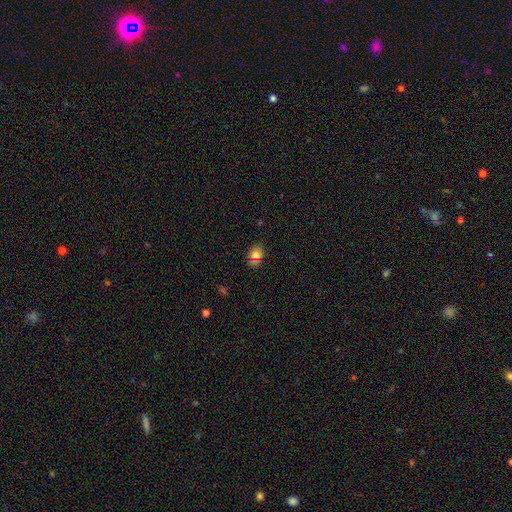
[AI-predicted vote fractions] Smooth or featured: smooth — 72% (star or artifact — 19%)
How rounded: in between — 75% (round — 23%)
Merging: none — 83% (minor disturbance — 13%)